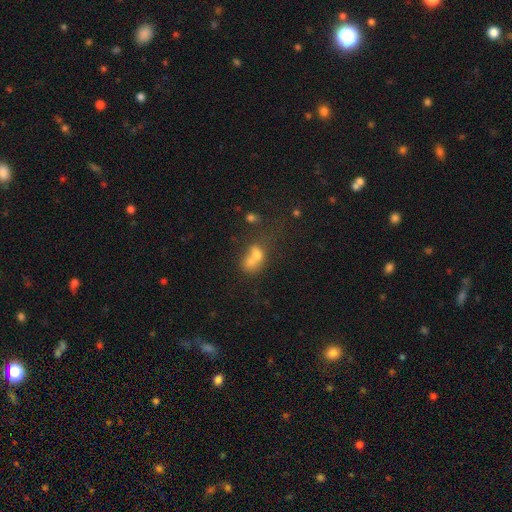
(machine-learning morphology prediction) Smooth or featured? Predicted: smooth (p=0.63). How rounded? Predicted: round (p=0.50). Merging? Predicted: merger (p=0.67).